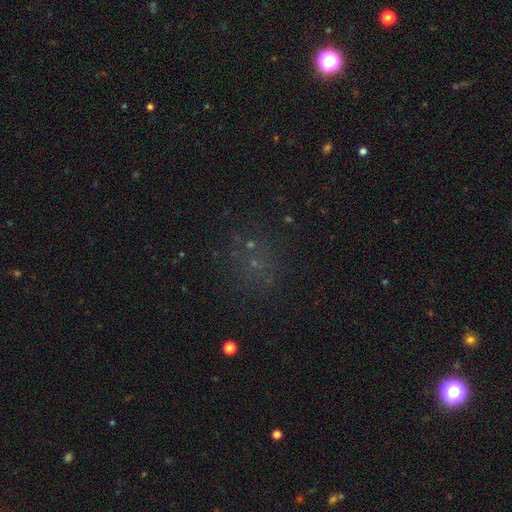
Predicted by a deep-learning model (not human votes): Smooth or featured? Predicted: star or artifact (p=0.46).